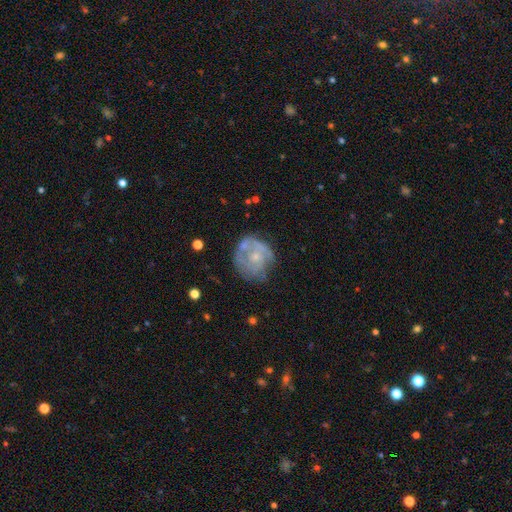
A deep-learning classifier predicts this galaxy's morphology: Smooth or featured?
  - featured or disk: 65% *
  - smooth: 27%
  - star or artifact: 7%
Edge-on disk?
  - no: 98% *
  - yes: 2%
Bar?
  - no: 82% *
  - weak: 15%
  - strong: 2%
Spiral arms?
  - yes: 60% *
  - no: 40%
Bulge size?
  - small: 65% *
  - moderate: 26%
  - none: 6%
  - large: 1%
  - dominant: 1%
Merging?
  - none: 56% *
  - minor disturbance: 25%
  - major disturbance: 15%
  - merger: 5%